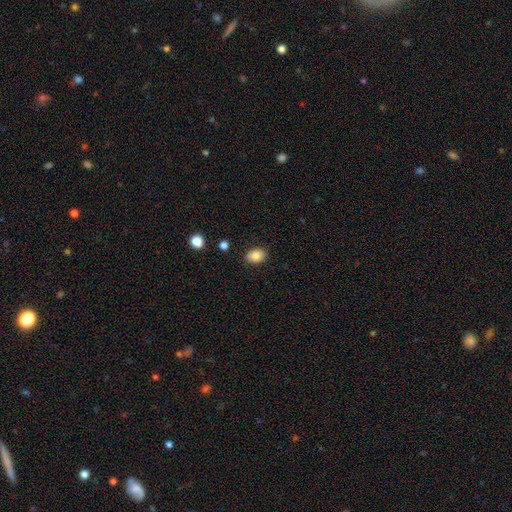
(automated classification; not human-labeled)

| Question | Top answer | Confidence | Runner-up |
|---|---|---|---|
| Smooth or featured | smooth | 84% | star or artifact (9%) |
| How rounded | in between | 75% | round (24%) |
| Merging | none | 84% | minor disturbance (12%) |